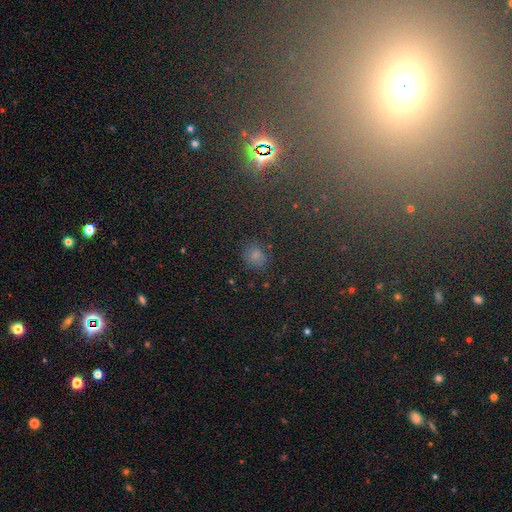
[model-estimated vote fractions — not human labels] This is likely a smooth galaxy (70%). How rounded: possibly round (59%). Merging: likely none (80%).